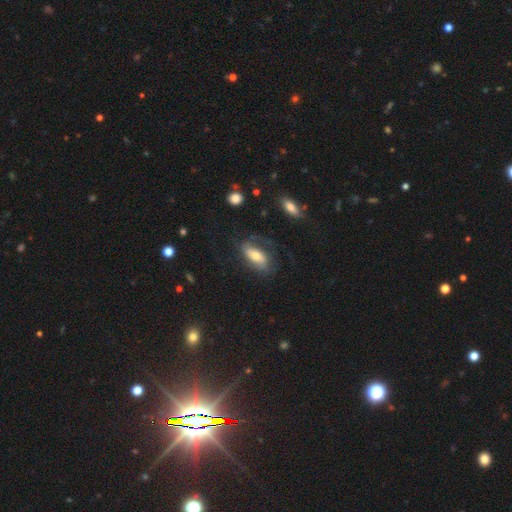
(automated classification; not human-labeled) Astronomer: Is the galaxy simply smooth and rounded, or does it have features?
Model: featured or disk — 49% (runner-up: smooth, 44%).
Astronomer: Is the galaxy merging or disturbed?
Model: none — 55%.